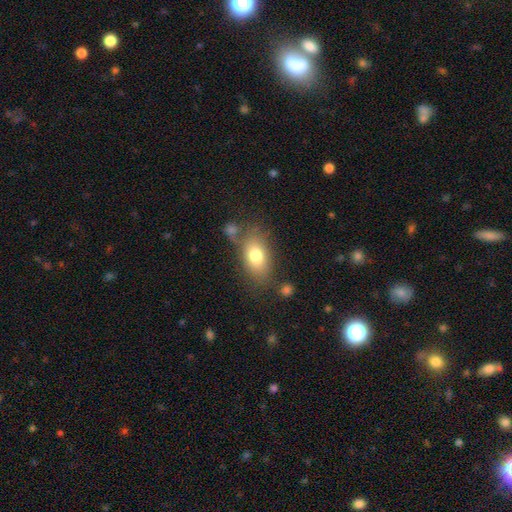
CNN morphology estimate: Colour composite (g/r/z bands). It shows a smooth galaxy with no disk features (76%) that is in between round and cigar-shaped (86%). Merging: none (64%).